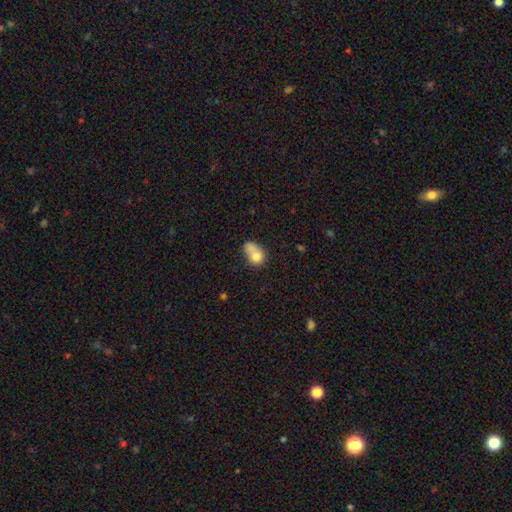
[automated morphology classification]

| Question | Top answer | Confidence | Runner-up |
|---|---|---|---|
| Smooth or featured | smooth | 73% | featured or disk (17%) |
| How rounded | in between | 57% | round (42%) |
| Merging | merger | 46% | none (23%) |